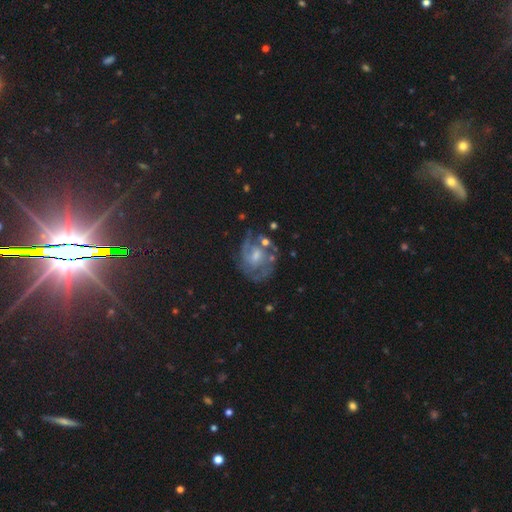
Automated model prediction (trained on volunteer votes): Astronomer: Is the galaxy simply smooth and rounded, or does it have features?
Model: featured or disk — 71%.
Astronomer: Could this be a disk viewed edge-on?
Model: no — 98%.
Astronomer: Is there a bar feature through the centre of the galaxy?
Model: no — 56% (runner-up: weak, 37%).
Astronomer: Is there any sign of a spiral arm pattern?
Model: yes — 79%.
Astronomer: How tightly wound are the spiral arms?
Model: medium — 43% (runner-up: tight, 39%).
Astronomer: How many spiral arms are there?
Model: can't tell — 37% (runner-up: 2, 31%).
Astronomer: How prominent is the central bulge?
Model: moderate — 44% (runner-up: small, 39%).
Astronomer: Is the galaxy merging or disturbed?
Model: none — 55%.